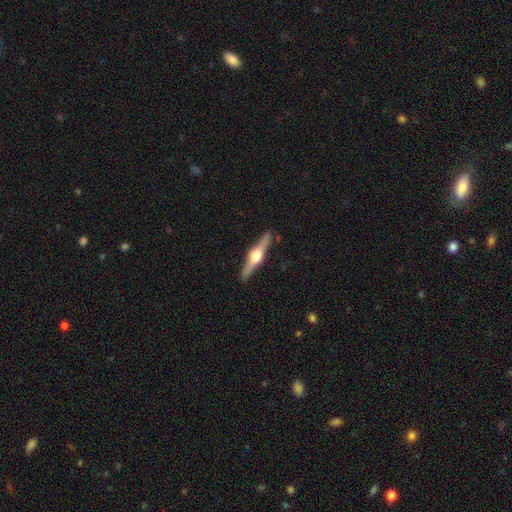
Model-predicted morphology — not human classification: Smooth or featured: featured or disk — 81% (smooth — 14%)
Edge-on disk: yes — 98% (no — 2%)
Edge-on bulge: rounded — 95% (boxy — 4%)
Merging: none — 91% (minor disturbance — 6%)